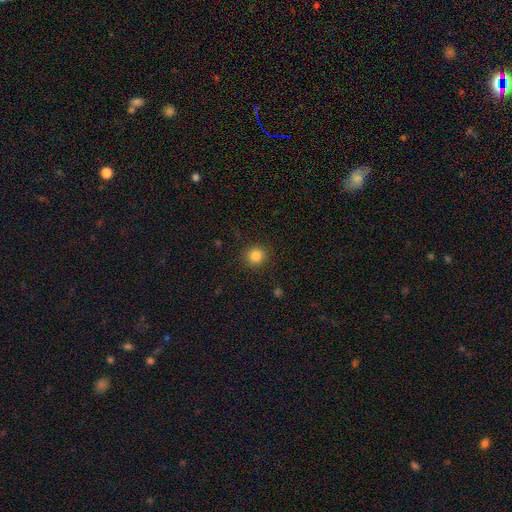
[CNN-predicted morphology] Smooth or featured? Predicted: smooth (p=0.84). How rounded? Predicted: round (p=0.91). Merging? Predicted: none (p=0.91).